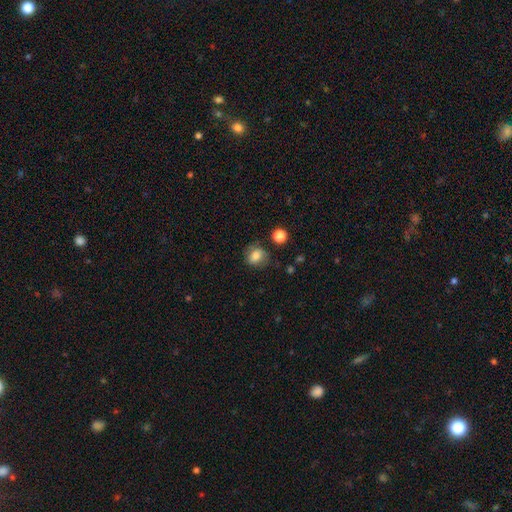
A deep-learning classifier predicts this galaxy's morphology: type=smooth (76%); roundness=round (62%); merging=none (67%).